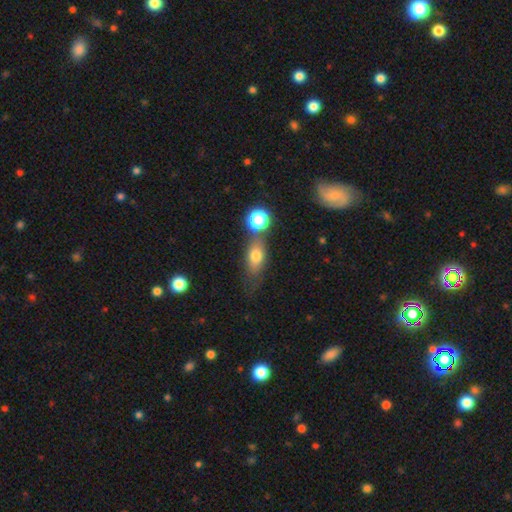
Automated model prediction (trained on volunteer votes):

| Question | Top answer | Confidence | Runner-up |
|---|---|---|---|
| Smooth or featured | smooth | 70% | featured or disk (18%) |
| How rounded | in between | 67% | round (20%) |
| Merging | none | 50% | merger (25%) |